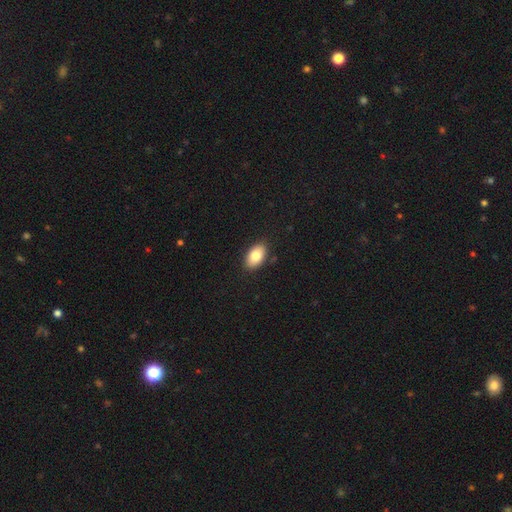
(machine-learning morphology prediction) Smooth or featured? Predicted: smooth (p=0.82). How rounded? Predicted: in between (p=0.92). Merging? Predicted: none (p=0.88).